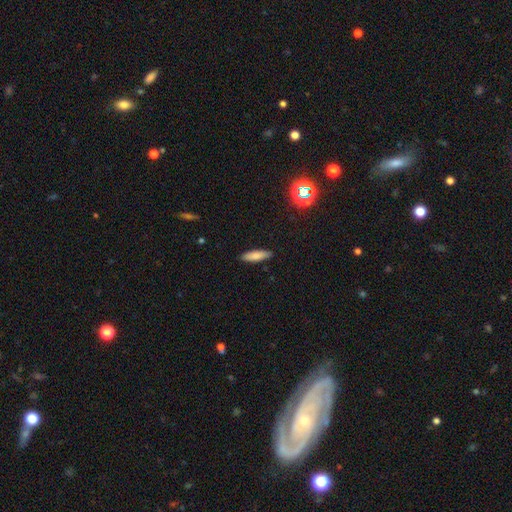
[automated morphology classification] A smooth galaxy with no disk features (81%) that is cigar-shaped (68%).

Vote fractions:
- Smooth or featured? smooth: 81% / featured or disk: 11% / star or artifact: 8%
- How rounded? cigar-shaped: 68% / in between: 30% / round: 2%
- Merging? none: 90% / minor disturbance: 8% / major disturbance: 2% / merger: 1%